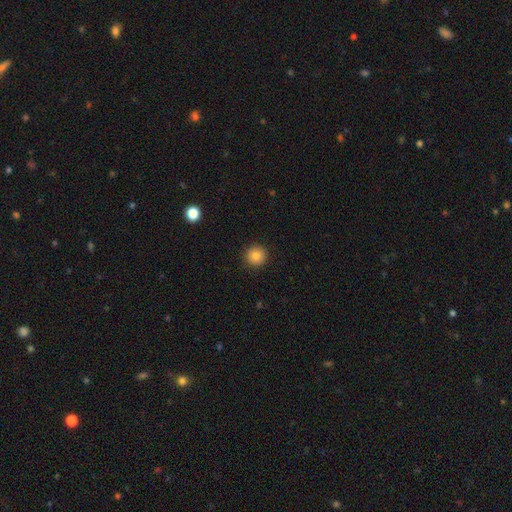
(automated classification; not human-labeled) This appears to be a smooth galaxy with no disk features (83%) that is round (95%). Merging: none (92%).